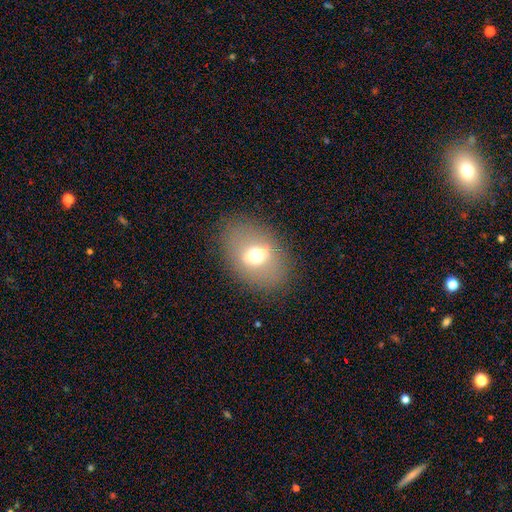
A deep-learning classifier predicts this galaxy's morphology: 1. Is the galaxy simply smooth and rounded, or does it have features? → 54% smooth, 34% featured or disk, 12% star or artifact.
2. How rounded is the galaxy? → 68% in between, 30% round, 1% cigar-shaped.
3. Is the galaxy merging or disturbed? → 83% none, 10% minor disturbance, 6% major disturbance, 1% merger.